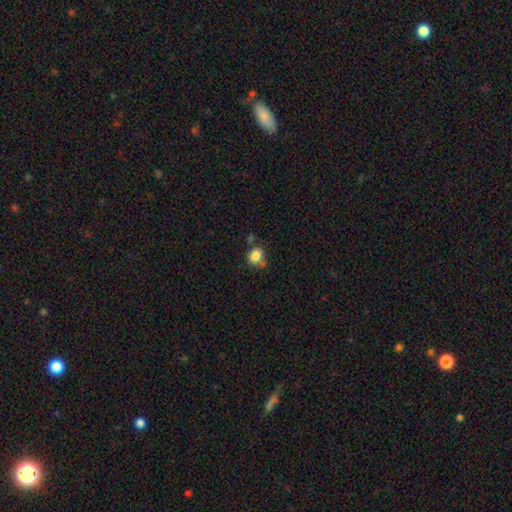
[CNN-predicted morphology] This appears to be a smooth galaxy with no disk features (84%) that is round (68%). Merging: none (64%).